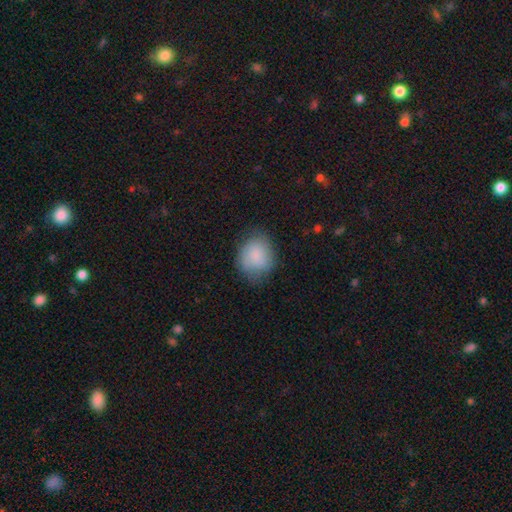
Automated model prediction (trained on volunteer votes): This is clearly a smooth galaxy (82%). How rounded: likely round (64%). Merging: likely none (68%).